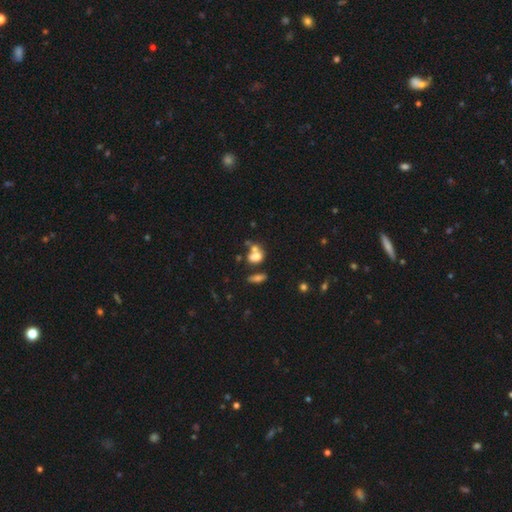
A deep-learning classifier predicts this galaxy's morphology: Smooth or featured: smooth — 68% (featured or disk — 18%)
How rounded: in between — 63% (round — 33%)
Merging: merger — 50% (none — 33%)